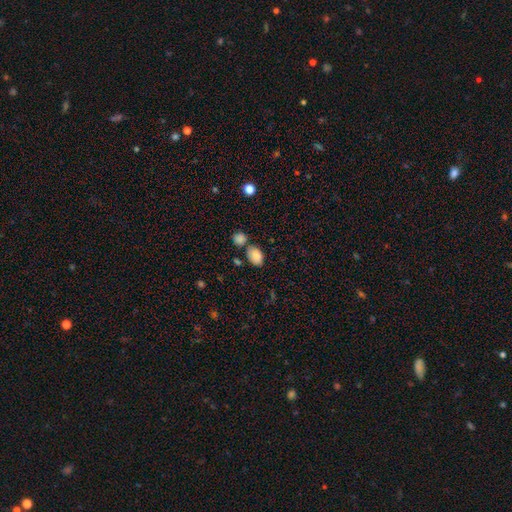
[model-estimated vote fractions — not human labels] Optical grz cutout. It shows a smooth galaxy with no disk features (86%) that is in between round and cigar-shaped (87%). Merging: none (63%).